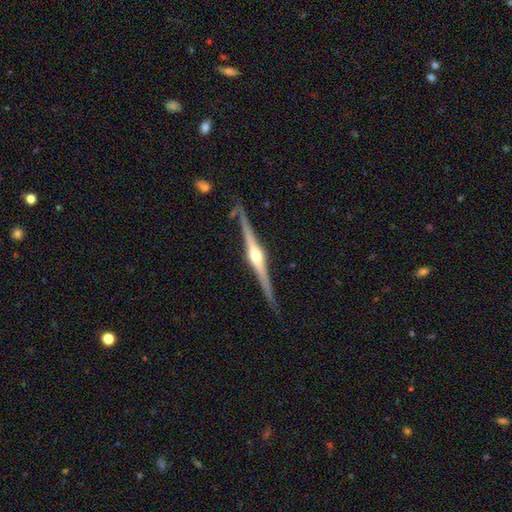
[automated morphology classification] Smooth or featured? Predicted: featured or disk (p=0.86). Edge-on disk? Predicted: yes (p=0.98). Edge-on bulge? Predicted: rounded (p=0.94). Merging? Predicted: none (p=0.86).